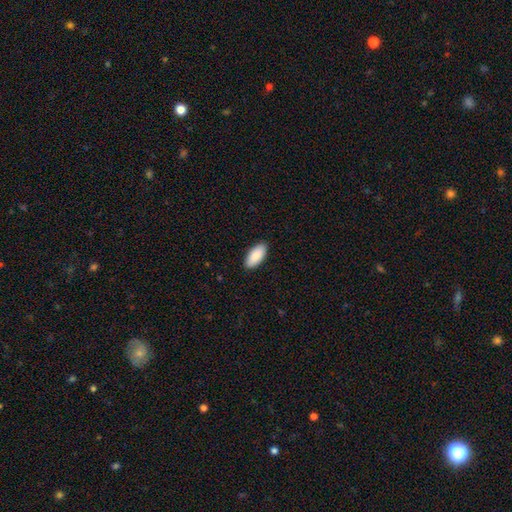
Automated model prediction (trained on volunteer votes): Smooth or featured? Predicted: smooth (p=0.90). How rounded? Predicted: in between (p=0.93). Merging? Predicted: none (p=0.90).